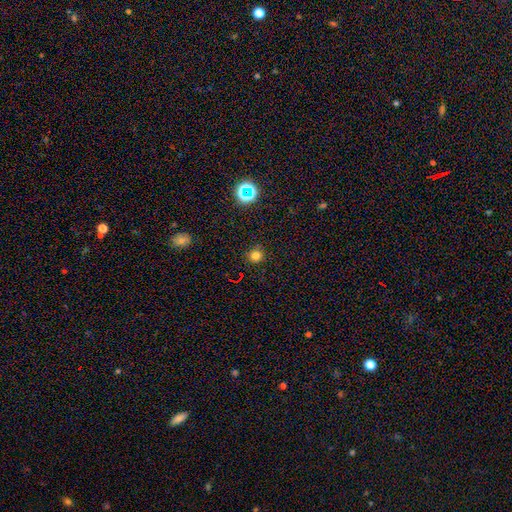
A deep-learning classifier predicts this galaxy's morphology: Smooth or featured? smooth (76%)
How rounded? round (91%)
Merging? none (88%)